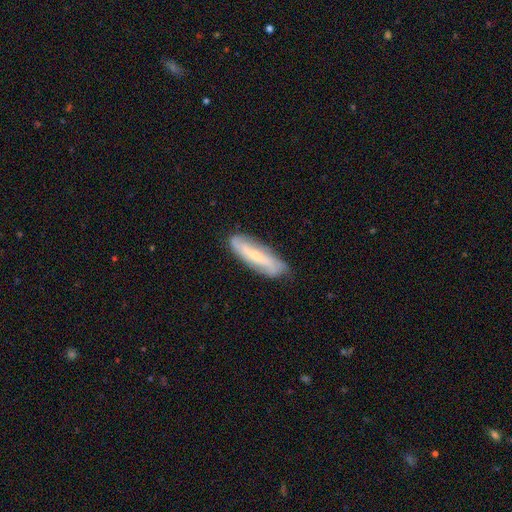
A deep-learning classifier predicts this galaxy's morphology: Smooth or featured?
  - featured or disk: 61% *
  - smooth: 33%
  - star or artifact: 7%
Edge-on disk?
  - no: 70% *
  - yes: 30%
Merging?
  - none: 80% *
  - minor disturbance: 15%
  - major disturbance: 3%
  - merger: 1%